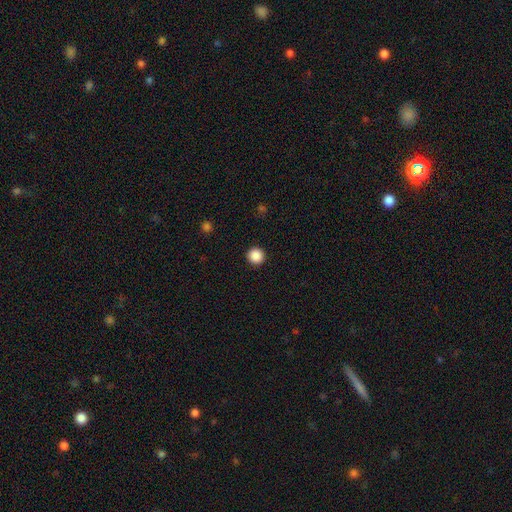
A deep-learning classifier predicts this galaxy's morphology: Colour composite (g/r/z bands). It shows a smooth galaxy with no disk features (88%) that is round (95%). Merging: none (93%).